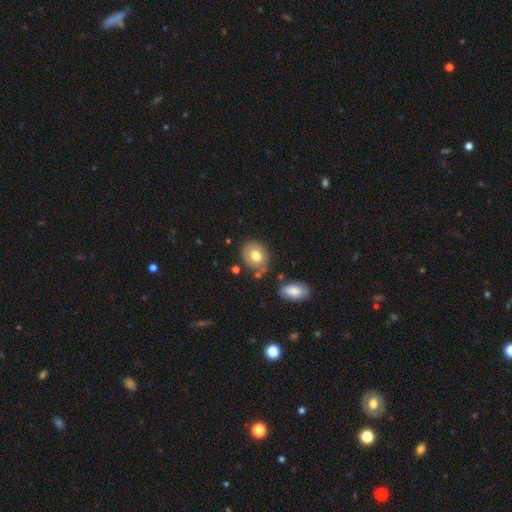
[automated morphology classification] This appears to be a smooth galaxy with no disk features (74%) that is round (50%). Merging: none (70%).